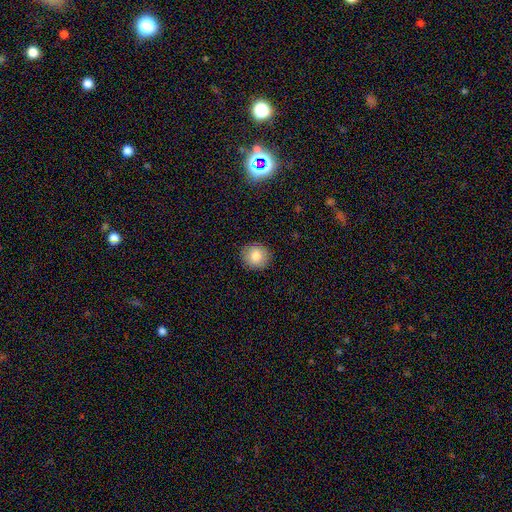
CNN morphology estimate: smooth_or_featured: smooth (p=0.82) [alt: featured or disk p=0.09]
how_rounded: round (p=0.87) [alt: in between p=0.12]
merging: none (p=0.90) [alt: minor disturbance p=0.07]